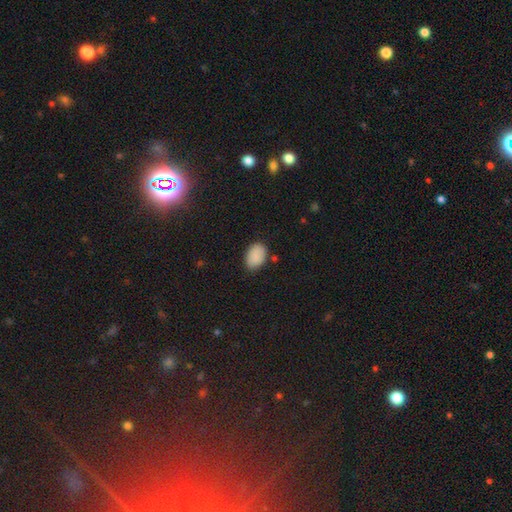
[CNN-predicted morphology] Overall: smooth (87%). How rounded: in between (87%). Merging: none (78%).